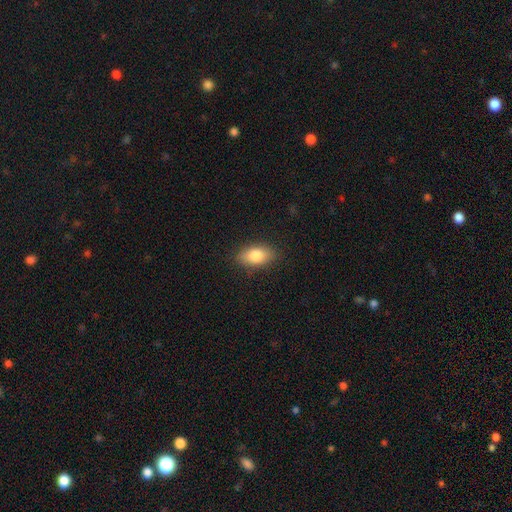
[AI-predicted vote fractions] Smooth or featured: smooth — 80% (featured or disk — 13%)
How rounded: in between — 88% (round — 6%)
Merging: none — 87% (minor disturbance — 10%)